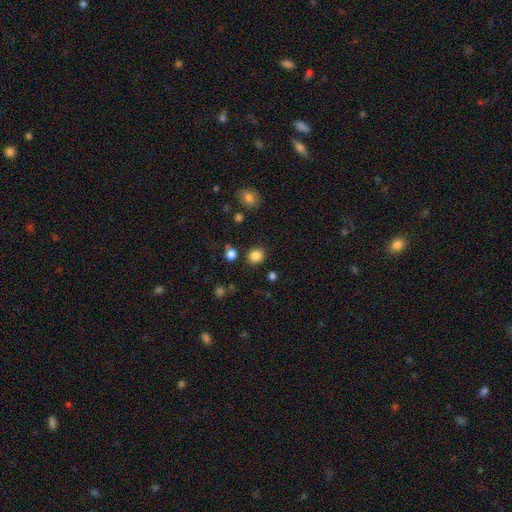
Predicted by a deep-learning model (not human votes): Overall: smooth (84%). How rounded: round (81%). Merging: none (86%).